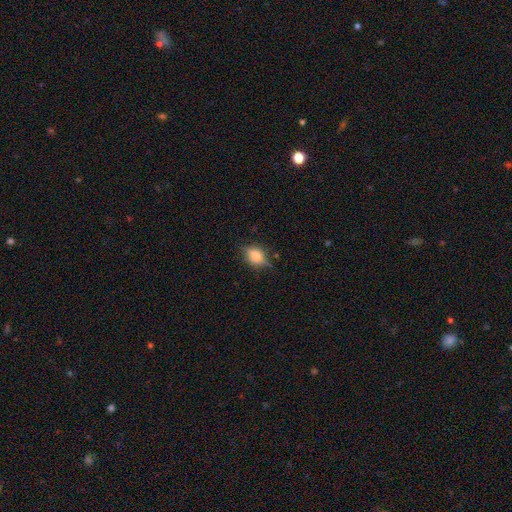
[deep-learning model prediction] A smooth galaxy with no disk features (64%) that is in between round and cigar-shaped (61%). Merging: none (71%).